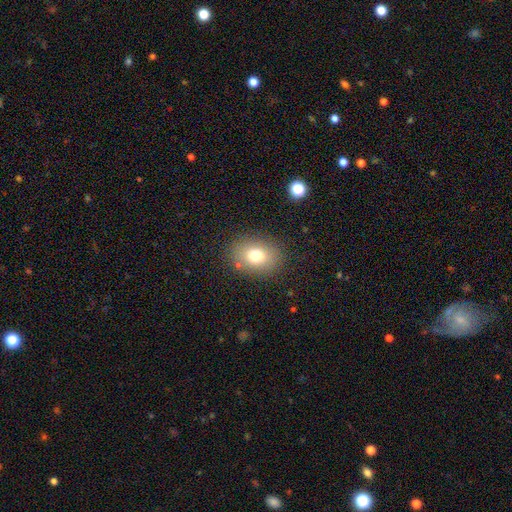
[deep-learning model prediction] A smooth galaxy with no disk features (75%) that is in between round and cigar-shaped (58%). Merging: none (85%).